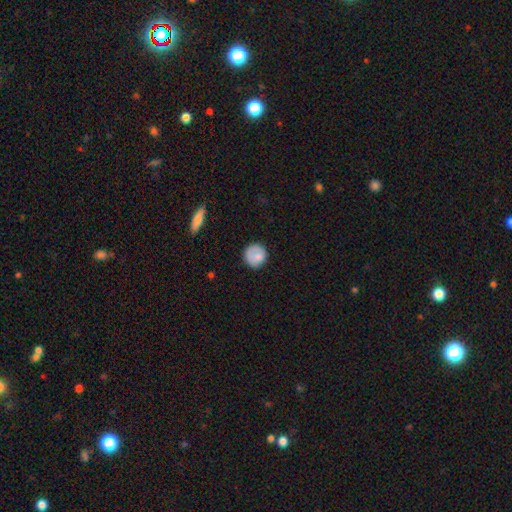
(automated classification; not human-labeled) Smooth or featured?
  - smooth: 79% *
  - featured or disk: 13%
  - star or artifact: 8%
How rounded?
  - round: 91% *
  - in between: 8%
  - cigar-shaped: 1%
Merging?
  - none: 77% *
  - minor disturbance: 16%
  - major disturbance: 5%
  - merger: 2%